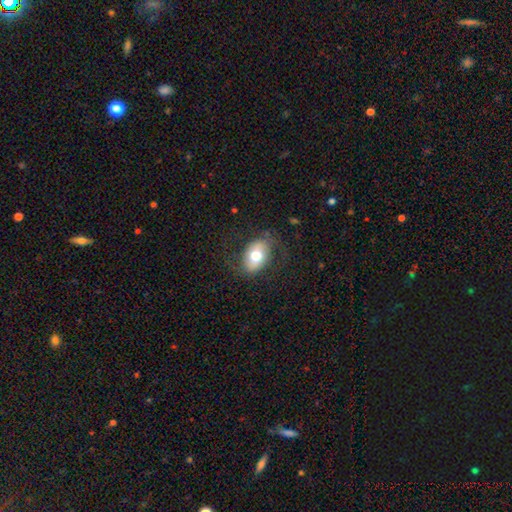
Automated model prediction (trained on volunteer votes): This appears to be a smooth galaxy with no disk features (63%) that is in between round and cigar-shaped (84%). Merging: none (73%).